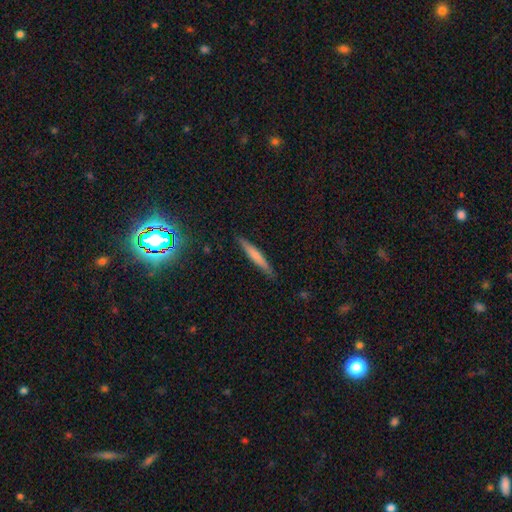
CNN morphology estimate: smooth-or-featured: smooth: 63% | featured or disk: 30% | star or artifact: 7%
  how-rounded: cigar-shaped: 94% | in between: 4% | round: 1%
  merging: none: 88% | minor disturbance: 9% | major disturbance: 2% | merger: 1%